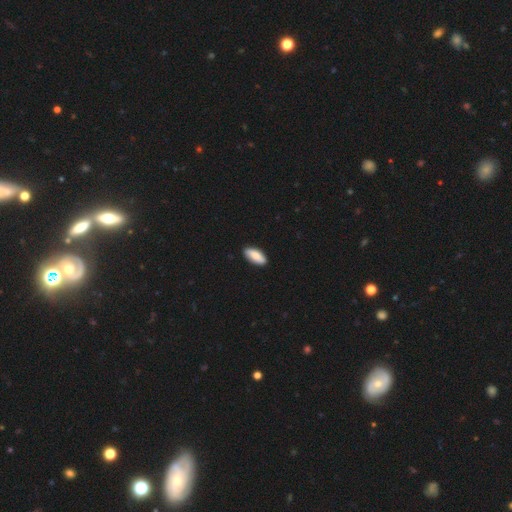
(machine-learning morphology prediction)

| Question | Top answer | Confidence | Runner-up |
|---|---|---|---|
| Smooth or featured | smooth | 84% | featured or disk (11%) |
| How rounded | in between | 84% | cigar-shaped (14%) |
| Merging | none | 89% | minor disturbance (8%) |